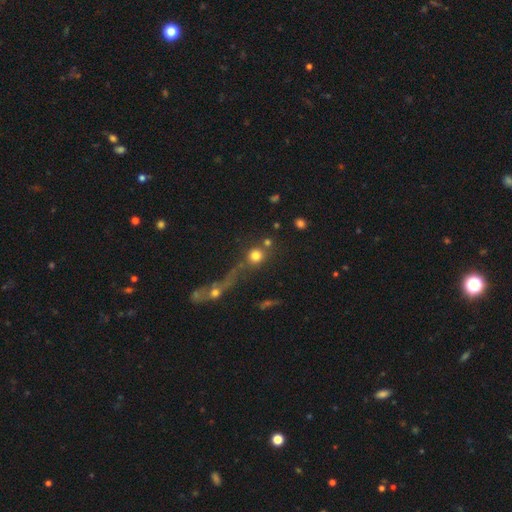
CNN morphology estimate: Smooth or featured?
  - smooth: 76% *
  - star or artifact: 13%
  - featured or disk: 11%
How rounded?
  - round: 90% *
  - in between: 8%
  - cigar-shaped: 2%
Merging?
  - none: 58% *
  - merger: 25%
  - minor disturbance: 9%
  - major disturbance: 8%